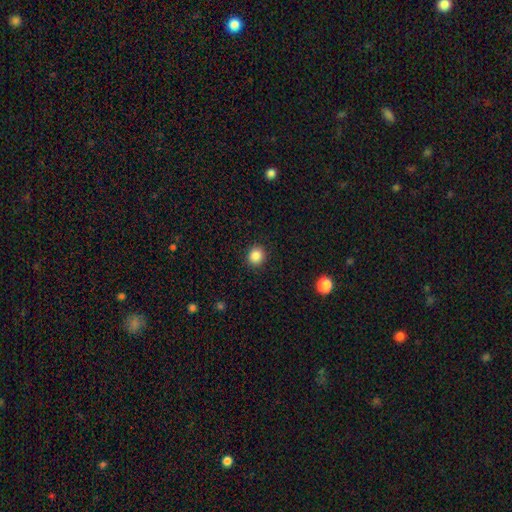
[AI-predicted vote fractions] smooth_or_featured: smooth (p=0.87) [alt: star or artifact p=0.09]
how_rounded: round (p=0.82) [alt: in between p=0.17]
merging: none (p=0.91) [alt: minor disturbance p=0.06]